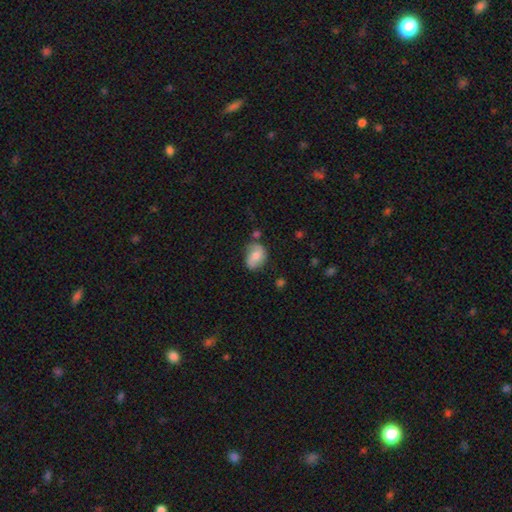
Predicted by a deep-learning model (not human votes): The model was most divided on "smooth or featured": smooth: 53%, featured or disk: 39%, star or artifact: 8%. More confident: how rounded — in between (71%); merging — none (58%).